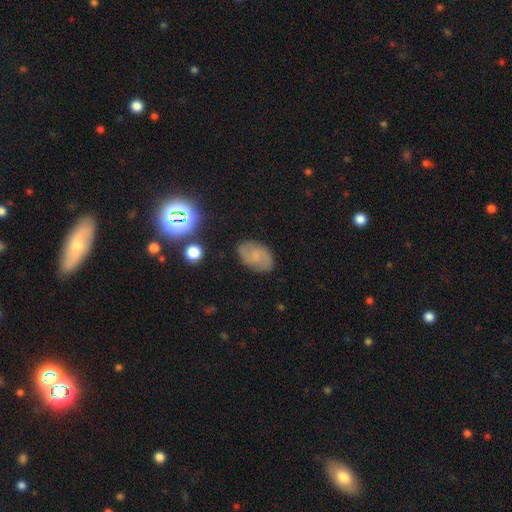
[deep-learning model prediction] Morphology: type=smooth (47%); merging=none (78%).